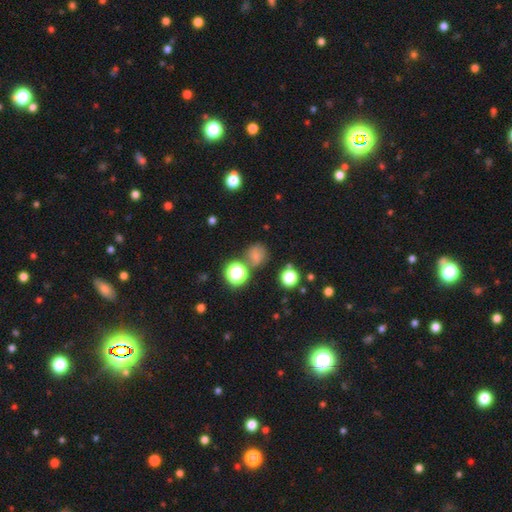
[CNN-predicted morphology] Smooth or featured: smooth — 63% (star or artifact — 26%)
How rounded: round — 80% (in between — 19%)
Merging: none — 65% (minor disturbance — 16%)